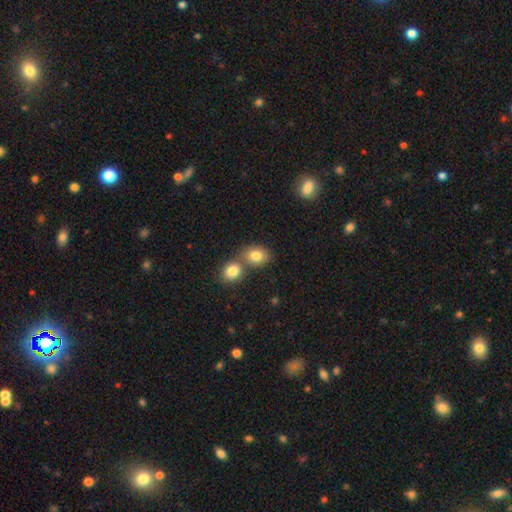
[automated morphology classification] Q: Smooth or featured?
A: smooth (81%); runner-up: star or artifact (10%)
Q: How rounded?
A: in between (54%); runner-up: round (45%)
Q: Merging?
A: none (47%); runner-up: merger (42%)